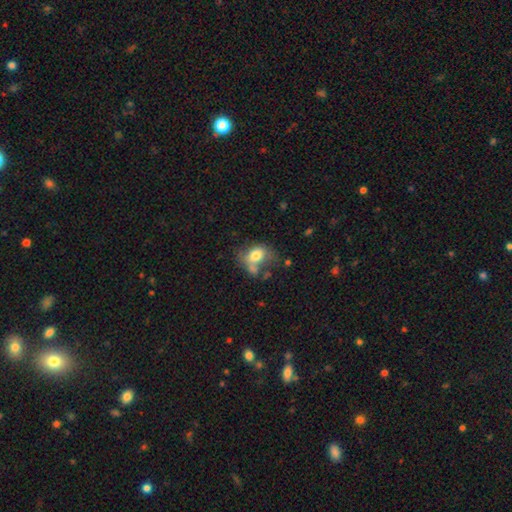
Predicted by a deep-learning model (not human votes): smooth_or_featured: smooth (p=0.70) [alt: featured or disk p=0.21]
how_rounded: in between (p=0.74) [alt: round p=0.25]
merging: none (p=0.34) [alt: merger p=0.26]